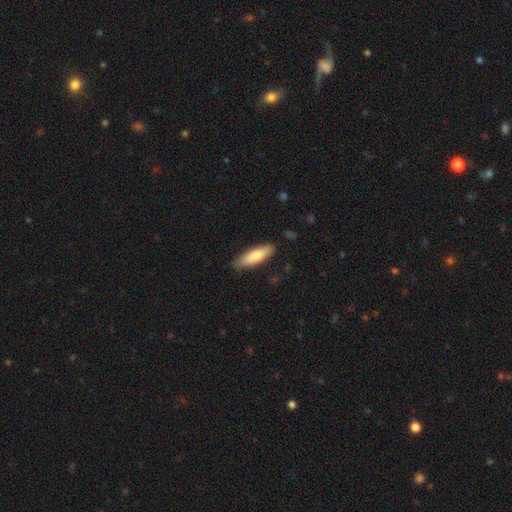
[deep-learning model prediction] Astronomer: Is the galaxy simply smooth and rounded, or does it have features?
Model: smooth — 79%.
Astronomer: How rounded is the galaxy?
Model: cigar-shaped — 52% (runner-up: in between, 47%).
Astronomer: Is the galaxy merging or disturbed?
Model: none — 83%.